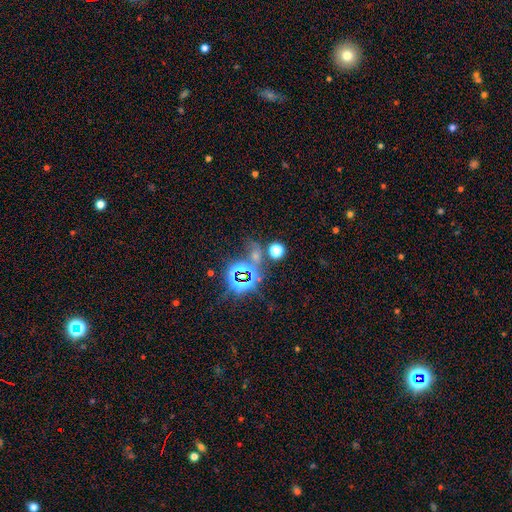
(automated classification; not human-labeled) Q: Smooth or featured?
A: star or artifact (72%); runner-up: smooth (20%)